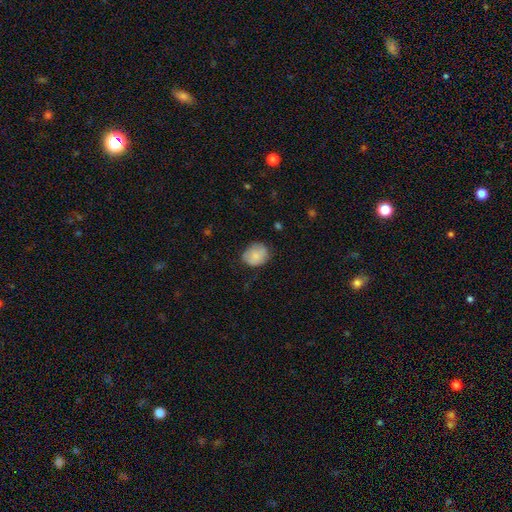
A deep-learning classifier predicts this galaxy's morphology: Smooth or featured: smooth — 79% (featured or disk — 14%)
How rounded: round — 52% (in between — 47%)
Merging: none — 68% (minor disturbance — 25%)